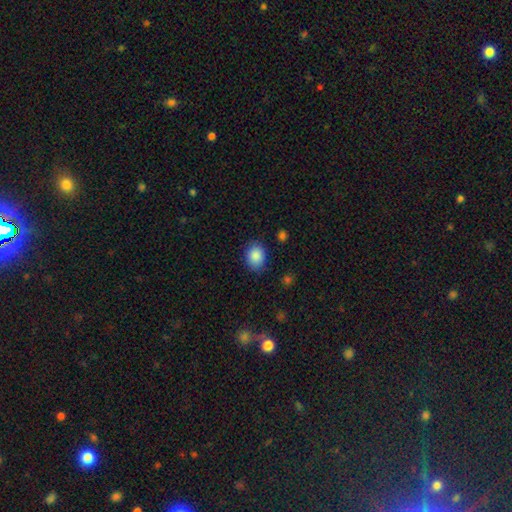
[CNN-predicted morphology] This is clearly a smooth galaxy (88%). How rounded: possibly in between (57%). Merging: clearly none (82%).